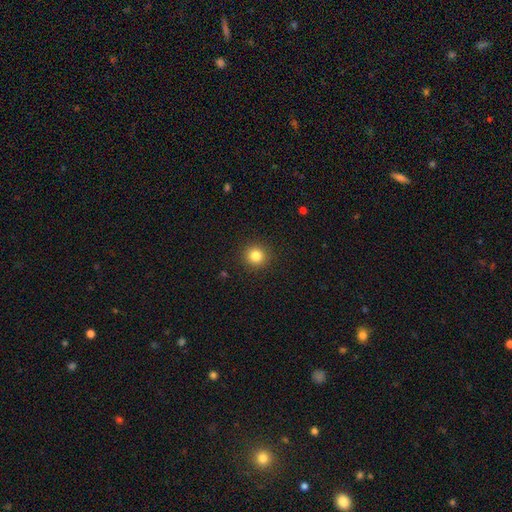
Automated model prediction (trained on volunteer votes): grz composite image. It shows a smooth galaxy with no disk features (83%) that is round (94%). Merging: none (92%).